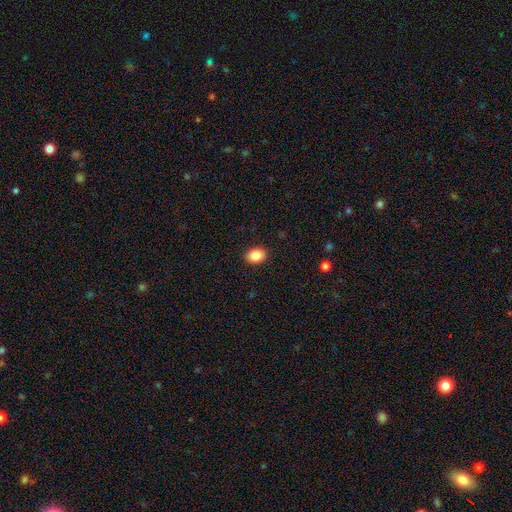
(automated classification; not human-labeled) smooth-or-featured: smooth: 87% | star or artifact: 8% | featured or disk: 5%
  how-rounded: in between: 73% | round: 26% | cigar-shaped: 1%
  merging: none: 91% | minor disturbance: 7% | major disturbance: 2% | merger: 1%